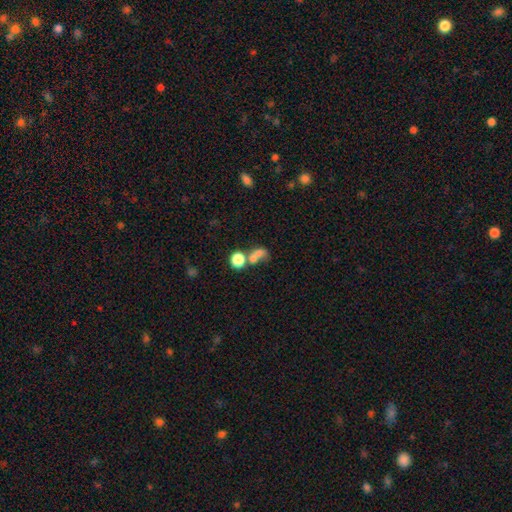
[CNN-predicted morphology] Smooth or featured?
  - smooth: 65% *
  - featured or disk: 18%
  - star or artifact: 17%
How rounded?
  - round: 52% *
  - in between: 45%
  - cigar-shaped: 3%
Merging?
  - merger: 54% *
  - none: 25%
  - major disturbance: 12%
  - minor disturbance: 9%